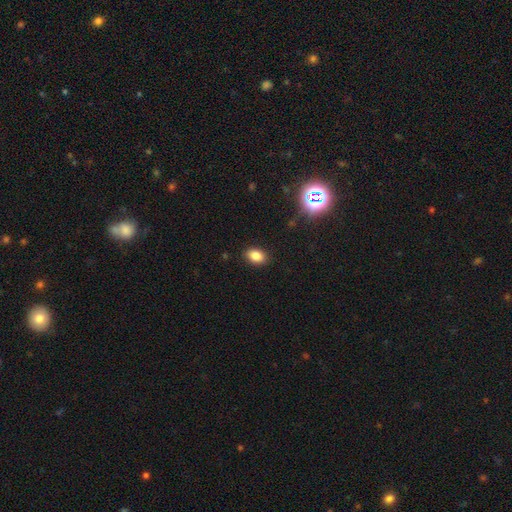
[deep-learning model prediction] The model was most divided on "how rounded": in between: 81%, round: 17%, cigar-shaped: 1%. More confident: merging — none (89%); smooth or featured — smooth (83%).